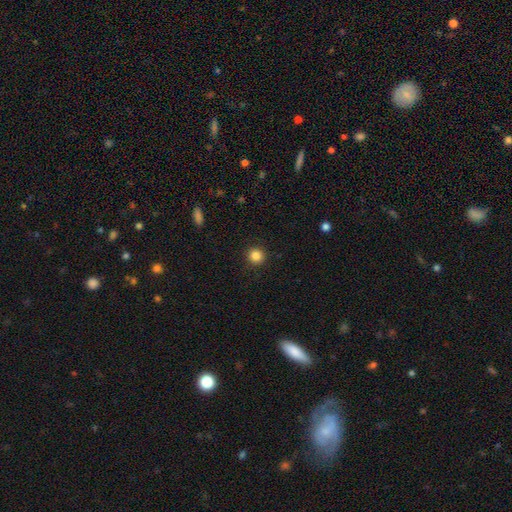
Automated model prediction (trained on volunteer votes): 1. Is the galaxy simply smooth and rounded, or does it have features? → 85% smooth, 11% star or artifact, 4% featured or disk.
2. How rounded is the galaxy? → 94% round, 5% in between, 1% cigar-shaped.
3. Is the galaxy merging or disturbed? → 92% none, 5% minor disturbance, 2% major disturbance, 1% merger.